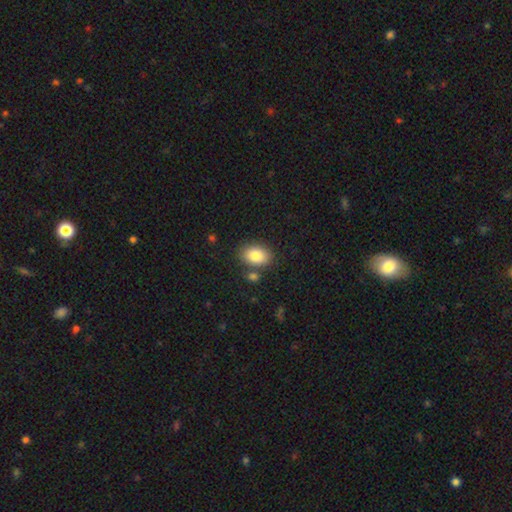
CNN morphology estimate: Q: Smooth or featured?
A: smooth (84%); runner-up: star or artifact (8%)
Q: How rounded?
A: in between (81%); runner-up: round (18%)
Q: Merging?
A: none (76%); runner-up: minor disturbance (12%)